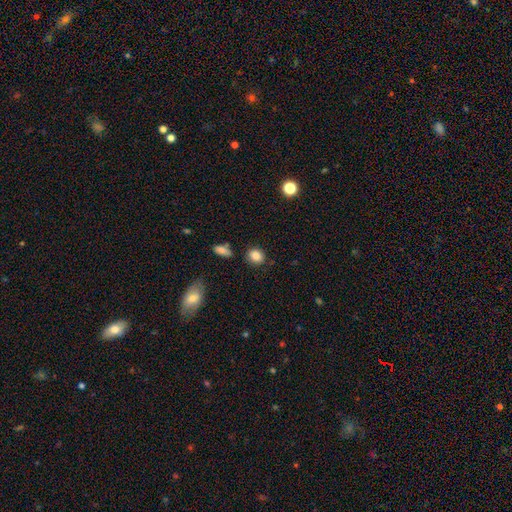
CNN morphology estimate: Smooth or featured: smooth — 86% (star or artifact — 9%)
How rounded: round — 64% (in between — 35%)
Merging: none — 82% (minor disturbance — 11%)